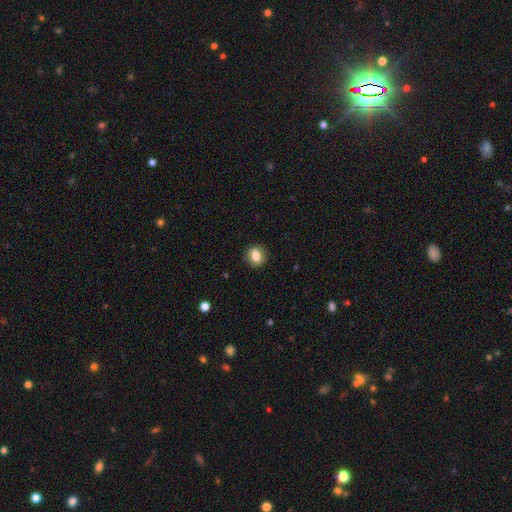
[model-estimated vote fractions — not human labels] Morphology: type=smooth (79%); roundness=round (66%); merging=none (86%).